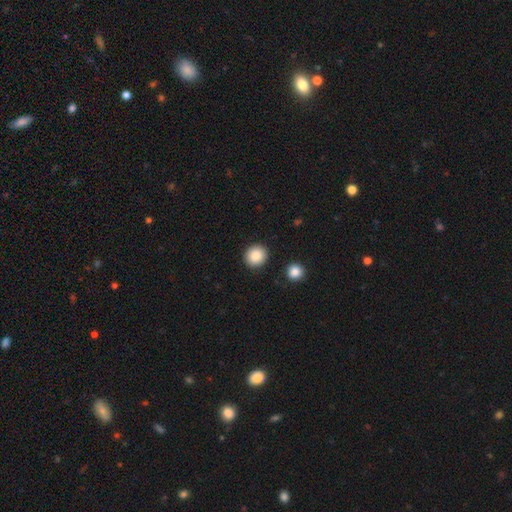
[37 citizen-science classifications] Smooth or featured? 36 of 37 (97%) said smooth. How rounded? 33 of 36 (92%) said round. Merging? 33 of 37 (89%) said none.